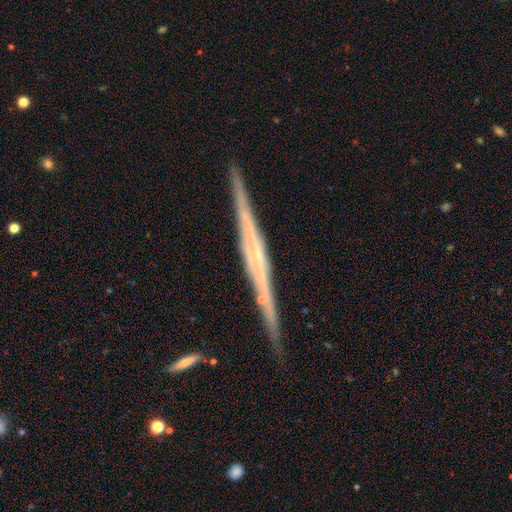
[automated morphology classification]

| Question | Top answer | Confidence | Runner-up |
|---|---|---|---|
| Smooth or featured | featured or disk | 83% | smooth (11%) |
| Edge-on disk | yes | 97% | no (3%) |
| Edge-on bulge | none | 39% | rounded (31%) |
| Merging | none | 87% | minor disturbance (9%) |